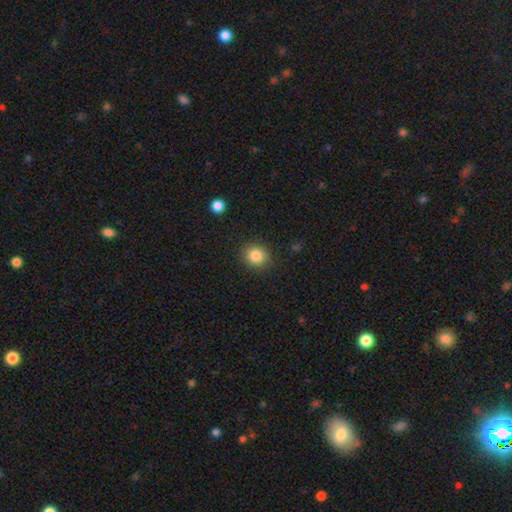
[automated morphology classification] Overall: smooth (85%). How rounded: round (84%). Merging: none (88%).